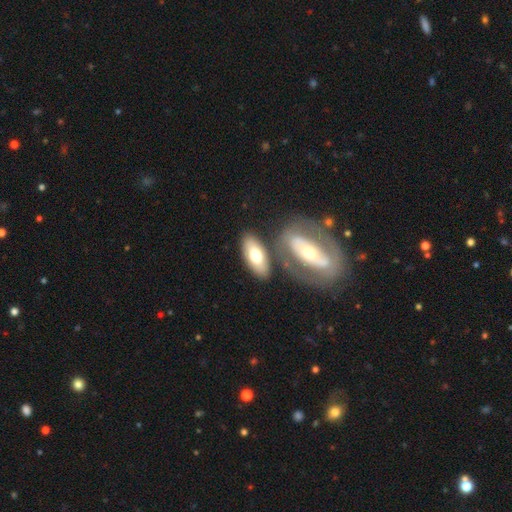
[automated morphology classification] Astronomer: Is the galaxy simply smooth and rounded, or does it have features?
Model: smooth — 56% (runner-up: featured or disk, 39%).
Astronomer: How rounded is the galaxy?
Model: in between — 82%.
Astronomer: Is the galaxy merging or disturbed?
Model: none — 60%.